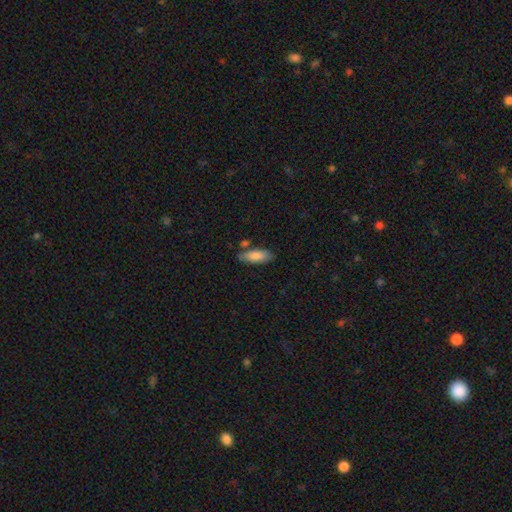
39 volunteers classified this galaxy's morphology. A smooth galaxy with no disk features (79%) that is in between round and cigar-shaped (81%). Merging: none (82%).